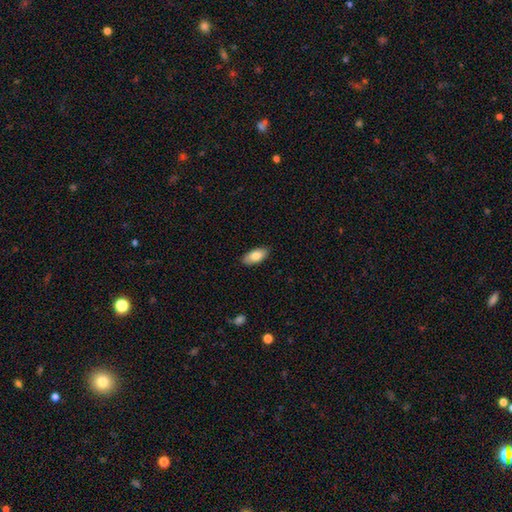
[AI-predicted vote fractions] Overall: smooth (81%). How rounded: in between (92%). Merging: none (88%).